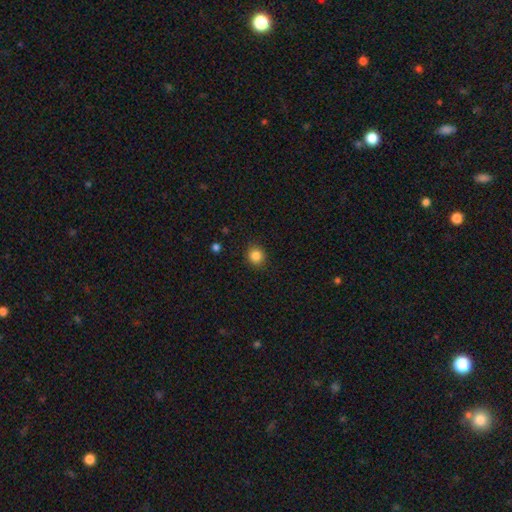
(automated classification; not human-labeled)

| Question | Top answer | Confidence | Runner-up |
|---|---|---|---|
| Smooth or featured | smooth | 85% | star or artifact (11%) |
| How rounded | round | 85% | in between (14%) |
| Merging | none | 89% | minor disturbance (7%) |